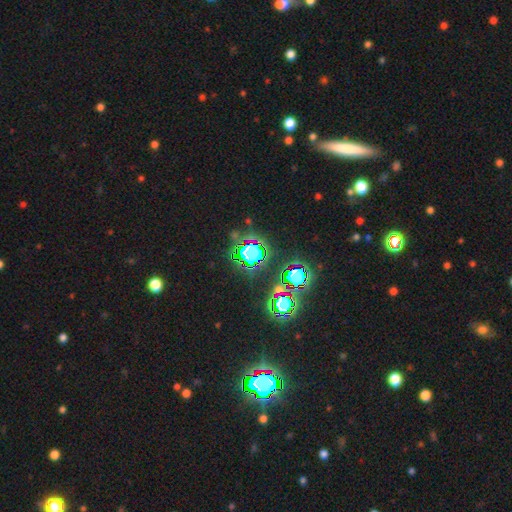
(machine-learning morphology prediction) The model was most divided on "smooth or featured": star or artifact: 70%, smooth: 20%, featured or disk: 10%.